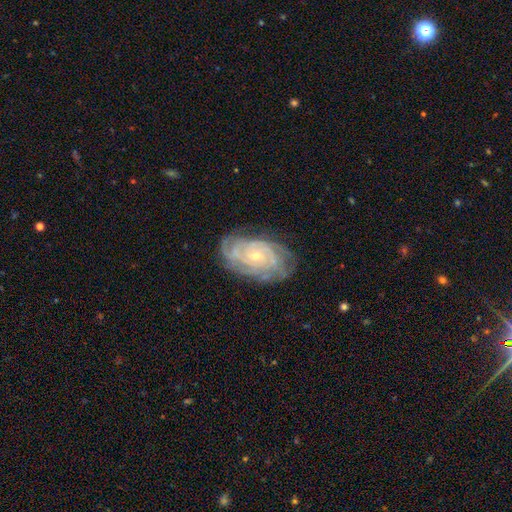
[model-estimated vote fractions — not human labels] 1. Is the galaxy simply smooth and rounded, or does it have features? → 85% featured or disk, 9% smooth, 6% star or artifact.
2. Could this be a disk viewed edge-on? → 96% no, 4% yes.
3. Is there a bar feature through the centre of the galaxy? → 74% no, 21% weak, 5% strong.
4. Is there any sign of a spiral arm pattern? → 95% yes, 5% no.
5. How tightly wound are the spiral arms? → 75% tight, 21% medium, 4% loose.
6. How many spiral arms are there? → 35% can't tell, 20% 4, 16% 3, 14% 2, 9% more than 4, 6% 1.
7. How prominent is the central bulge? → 74% small, 23% moderate, 1% none, 1% large, 1% dominant.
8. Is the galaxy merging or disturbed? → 73% none, 19% minor disturbance, 6% major disturbance, 1% merger.